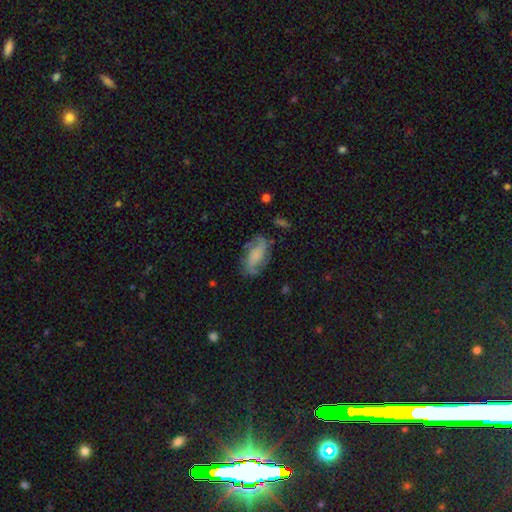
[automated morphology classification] Smooth or featured?
  - featured or disk: 59% *
  - smooth: 33%
  - star or artifact: 8%
Edge-on disk?
  - no: 94% *
  - yes: 6%
Bar?
  - no: 61% *
  - weak: 29%
  - strong: 10%
Spiral arms?
  - yes: 88% *
  - no: 12%
Bulge size?
  - small: 38% *
  - none: 31%
  - moderate: 18%
  - large: 10%
  - dominant: 3%
Merging?
  - none: 66% *
  - minor disturbance: 21%
  - major disturbance: 10%
  - merger: 2%